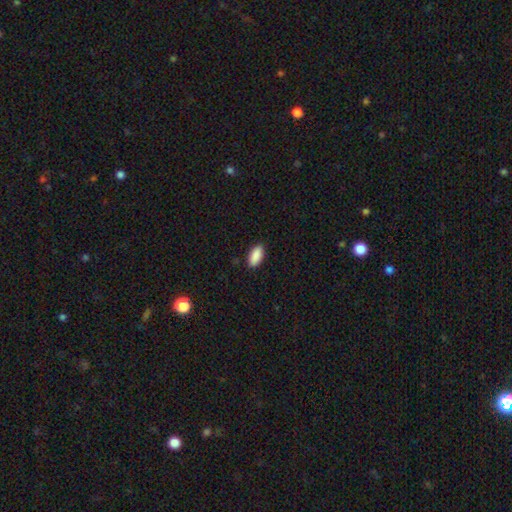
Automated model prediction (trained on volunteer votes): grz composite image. It shows a smooth galaxy with no disk features (91%) that is in between round and cigar-shaped (91%). Merging: none (89%).